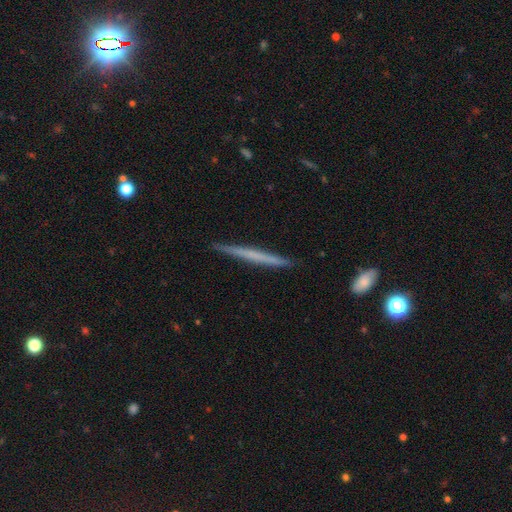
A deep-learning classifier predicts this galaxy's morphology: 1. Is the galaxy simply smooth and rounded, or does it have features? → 50% featured or disk, 44% smooth, 6% star or artifact.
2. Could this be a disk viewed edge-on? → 97% yes, 3% no.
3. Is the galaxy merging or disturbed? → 91% none, 7% minor disturbance, 1% major disturbance, 1% merger.